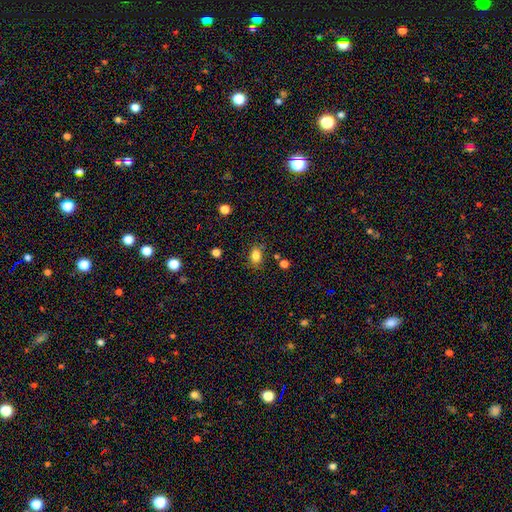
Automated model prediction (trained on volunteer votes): This appears to be a smooth galaxy with no disk features (83%) that is in between round and cigar-shaped (70%). Merging: none (78%).